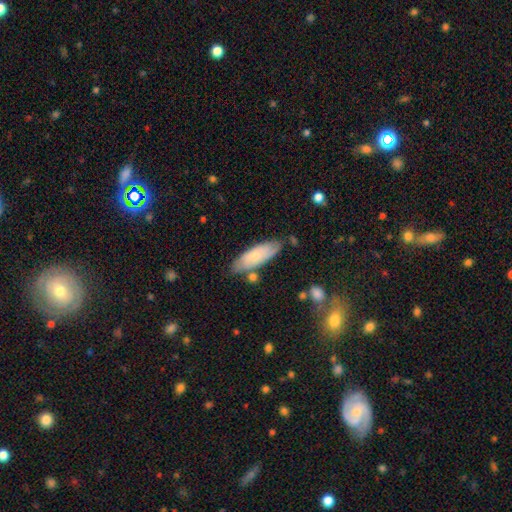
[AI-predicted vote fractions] Smooth or featured?
  - smooth: 58% *
  - featured or disk: 36%
  - star or artifact: 6%
How rounded?
  - in between: 60% *
  - cigar-shaped: 38%
  - round: 2%
Merging?
  - none: 72% *
  - minor disturbance: 18%
  - merger: 6%
  - major disturbance: 4%